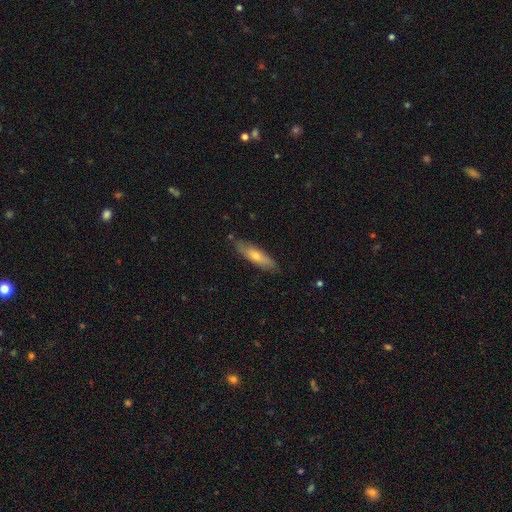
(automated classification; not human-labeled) A smooth galaxy with no disk features (58%) that is cigar-shaped (68%). Merging: none (81%).